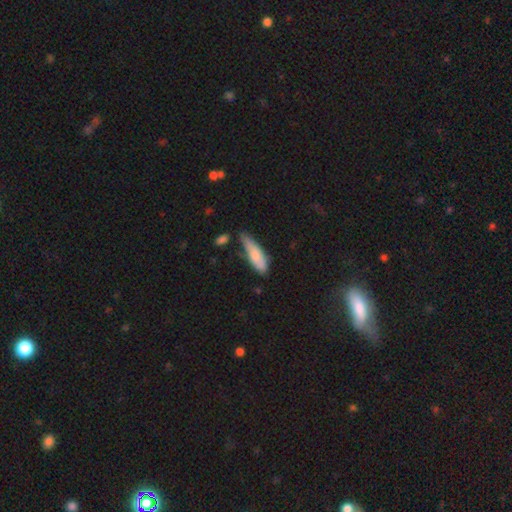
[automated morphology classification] Smooth or featured?
  - smooth: 77% *
  - featured or disk: 17%
  - star or artifact: 6%
How rounded?
  - cigar-shaped: 50% *
  - in between: 48%
  - round: 2%
Merging?
  - none: 44% *
  - minor disturbance: 37%
  - major disturbance: 11%
  - merger: 8%